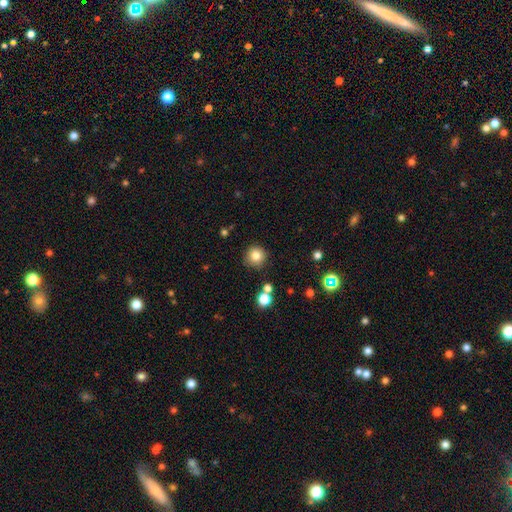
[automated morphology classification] Smooth or featured? Predicted: smooth (p=0.82). How rounded? Predicted: round (p=0.95). Merging? Predicted: none (p=0.85).